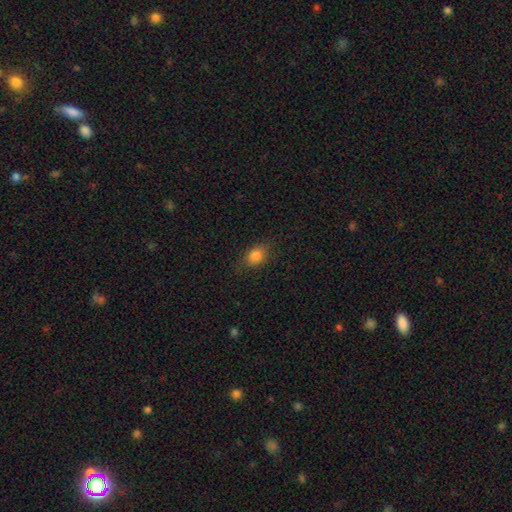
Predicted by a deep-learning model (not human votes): Overall: smooth (83%). How rounded: in between (68%; round 30%). Merging: none (80%).